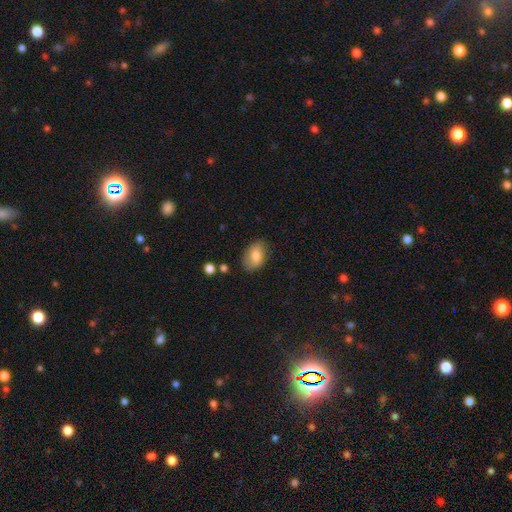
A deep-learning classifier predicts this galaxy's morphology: A smooth galaxy with no disk features (80%) that is in between round and cigar-shaped (87%). Merging: none (80%).